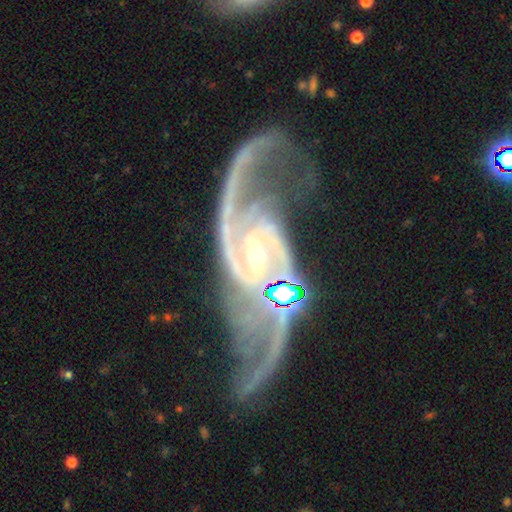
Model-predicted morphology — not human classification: A featured or disk galaxy (93%) with a weak bar (37%), 2 (86%) medium (53%) spiral arms (98%) and a small central bulge (73%). Merging: none (43%).